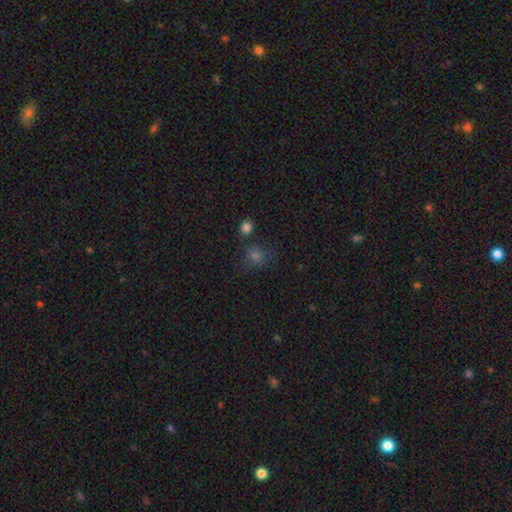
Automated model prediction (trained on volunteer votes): Smooth or featured? smooth (66%)
How rounded? round (77%)
Merging? none (71%)